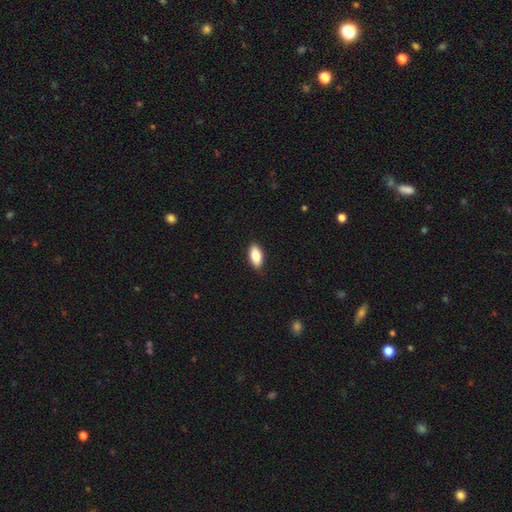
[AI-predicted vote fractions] Smooth or featured?
  - smooth: 81% *
  - featured or disk: 13%
  - star or artifact: 6%
How rounded?
  - in between: 89% *
  - cigar-shaped: 8%
  - round: 3%
Merging?
  - none: 88% *
  - minor disturbance: 9%
  - major disturbance: 2%
  - merger: 1%